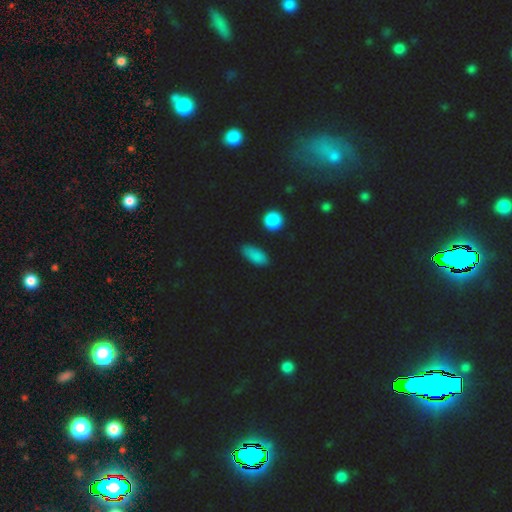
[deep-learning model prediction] A smooth galaxy with no disk features (80%) that is in between round and cigar-shaped (80%).

Vote fractions:
- Smooth or featured? smooth: 80% / star or artifact: 14% / featured or disk: 6%
- How rounded? in between: 80% / cigar-shaped: 13% / round: 7%
- Merging? none: 79% / minor disturbance: 15% / major disturbance: 4% / merger: 3%